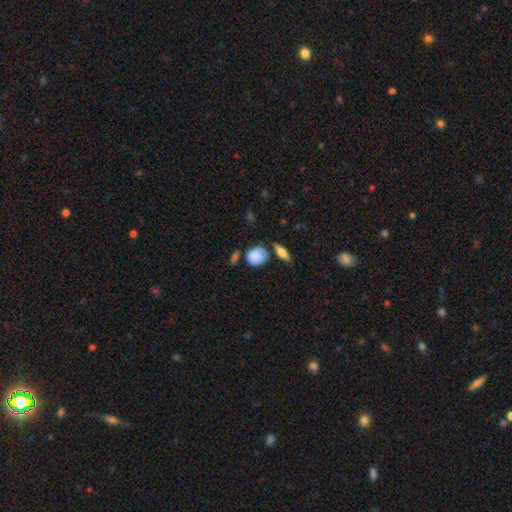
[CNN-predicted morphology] A smooth galaxy with no disk features (83%) that is round (71%). Merging: none (60%).